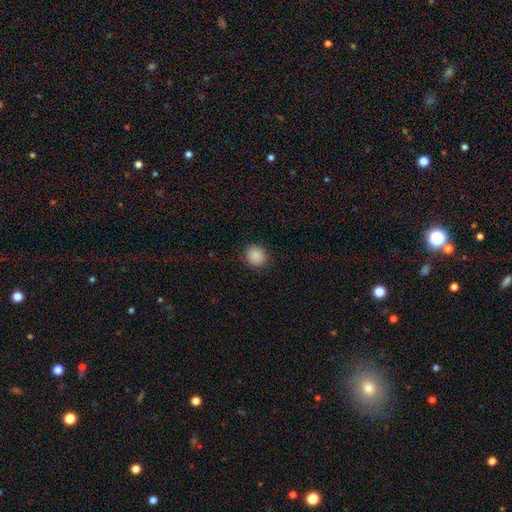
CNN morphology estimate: Smooth or featured: smooth — 88% (star or artifact — 9%)
How rounded: round — 87% (in between — 12%)
Merging: none — 89% (minor disturbance — 8%)